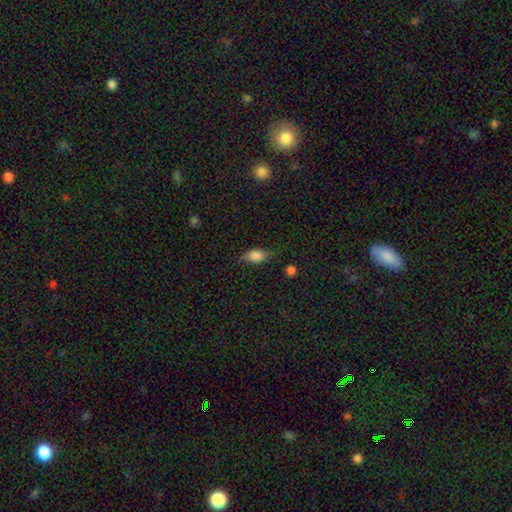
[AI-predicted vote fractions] A smooth galaxy with no disk features (77%) that is in between round and cigar-shaped (83%). Merging: none (63%).